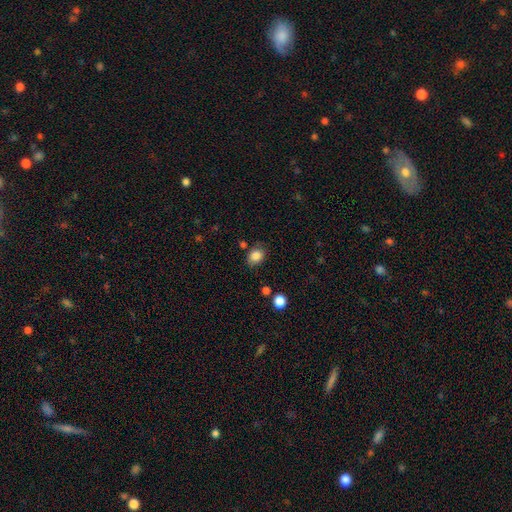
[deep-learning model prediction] This is clearly a smooth galaxy (85%). How rounded: possibly in between (58%). Merging: likely none (78%).